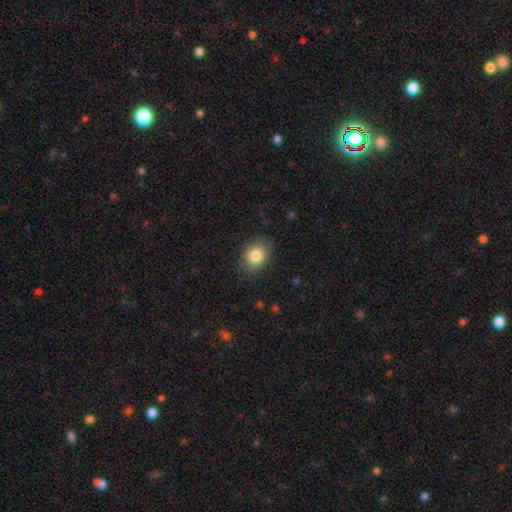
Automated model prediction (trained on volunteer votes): A smooth galaxy with no disk features (82%) that is in between round and cigar-shaped (63%).

Vote fractions:
- Smooth or featured? smooth: 82% / featured or disk: 9% / star or artifact: 9%
- How rounded? in between: 63% / round: 36% / cigar-shaped: 1%
- Merging? none: 79% / minor disturbance: 15% / major disturbance: 4% / merger: 1%